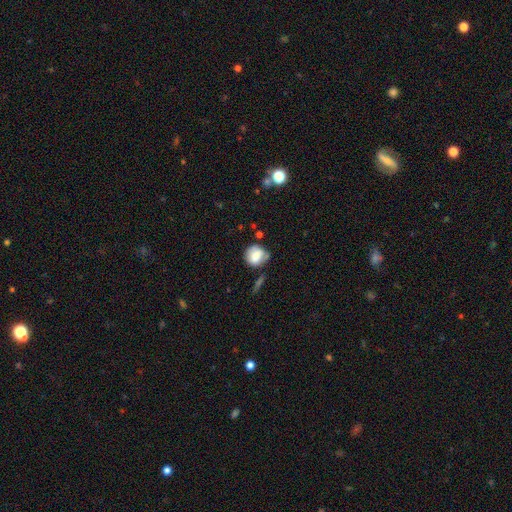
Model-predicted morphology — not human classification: Smooth or featured: smooth — 77% (featured or disk — 14%)
How rounded: round — 78% (in between — 20%)
Merging: none — 55% (minor disturbance — 27%)